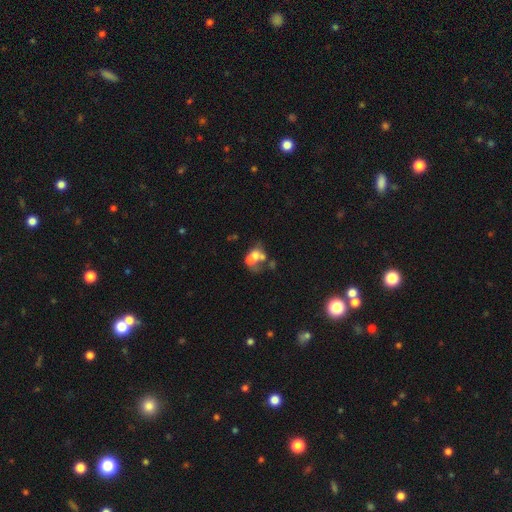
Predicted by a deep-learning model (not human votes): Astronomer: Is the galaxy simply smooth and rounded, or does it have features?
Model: smooth — 43% (runner-up: featured or disk, 42%).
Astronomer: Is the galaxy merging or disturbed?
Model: merger — 60%.